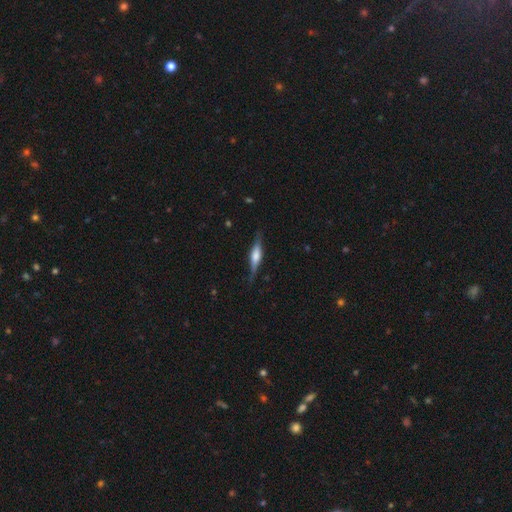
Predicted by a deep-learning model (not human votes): featured or disk 66%, smooth 28%, star or artifact 6%. Down the decision tree: edge-on disk — yes (96%); edge-on bulge — rounded (67%); merging — none (82%).